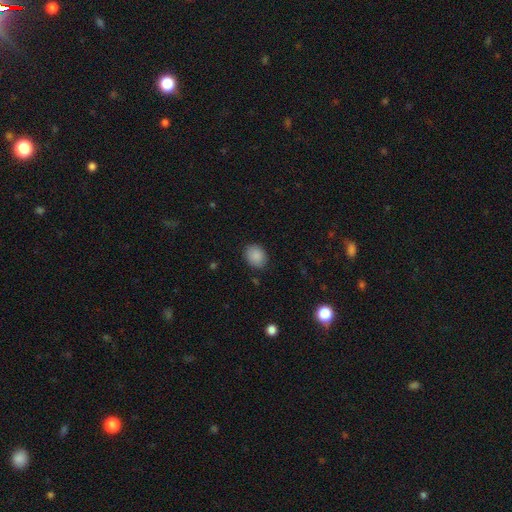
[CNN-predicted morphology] Smooth or featured? smooth (88%)
How rounded? round (51%)
Merging? none (85%)